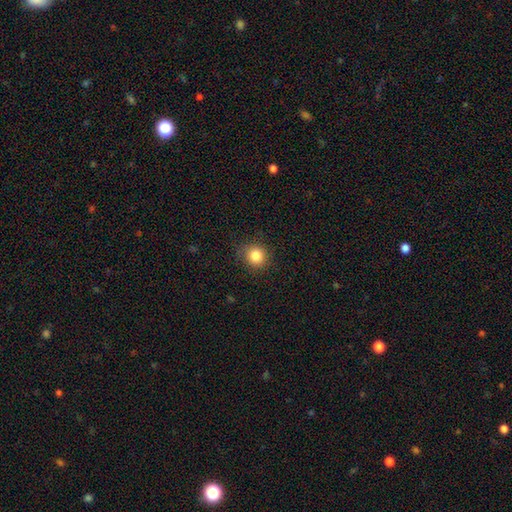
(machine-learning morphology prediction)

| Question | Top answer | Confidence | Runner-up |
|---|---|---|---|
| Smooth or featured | smooth | 84% | star or artifact (11%) |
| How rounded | round | 88% | in between (11%) |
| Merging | none | 85% | minor disturbance (11%) |